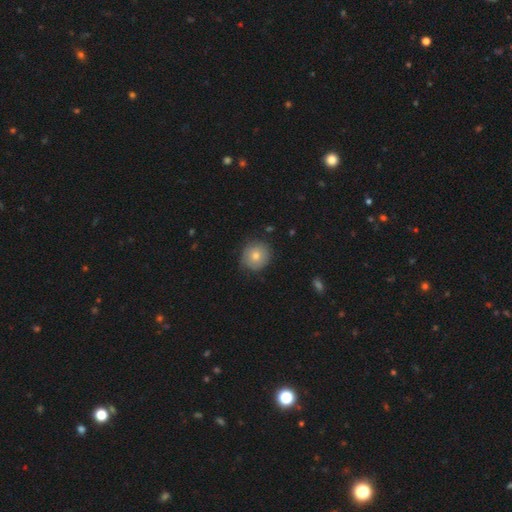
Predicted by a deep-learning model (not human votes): Smooth or featured?
  - smooth: 69% *
  - featured or disk: 20%
  - star or artifact: 11%
How rounded?
  - round: 91% *
  - in between: 8%
  - cigar-shaped: 1%
Merging?
  - none: 82% *
  - minor disturbance: 14%
  - major disturbance: 3%
  - merger: 1%